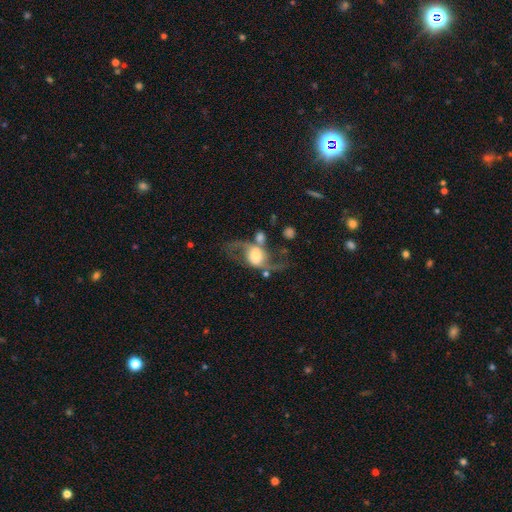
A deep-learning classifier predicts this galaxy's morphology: Q: Smooth or featured?
A: featured or disk (74%); runner-up: smooth (19%)
Q: Edge-on disk?
A: no (93%); runner-up: yes (7%)
Q: Bar?
A: no (52%); runner-up: weak (33%)
Q: Spiral arms?
A: yes (86%); runner-up: no (14%)
Q: Spiral winding?
A: loose (72%); runner-up: medium (23%)
Q: Spiral arm count?
A: 2 (91%); runner-up: can't tell (3%)
Q: Bulge size?
A: large (39%); runner-up: moderate (31%)
Q: Merging?
A: none (42%); runner-up: major disturbance (23%)